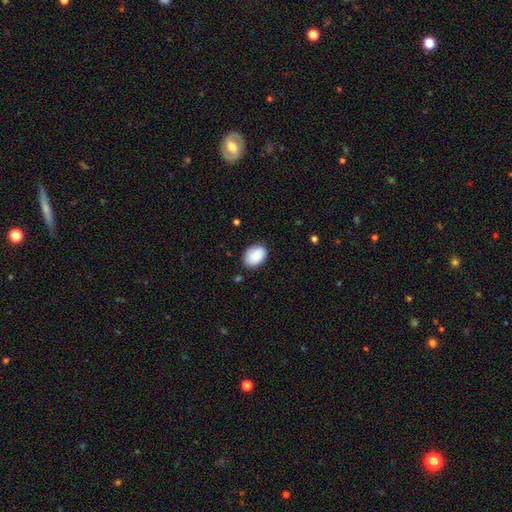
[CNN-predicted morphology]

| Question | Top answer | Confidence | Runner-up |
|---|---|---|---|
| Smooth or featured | smooth | 80% | featured or disk (13%) |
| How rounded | in between | 78% | round (21%) |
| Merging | none | 80% | minor disturbance (16%) |